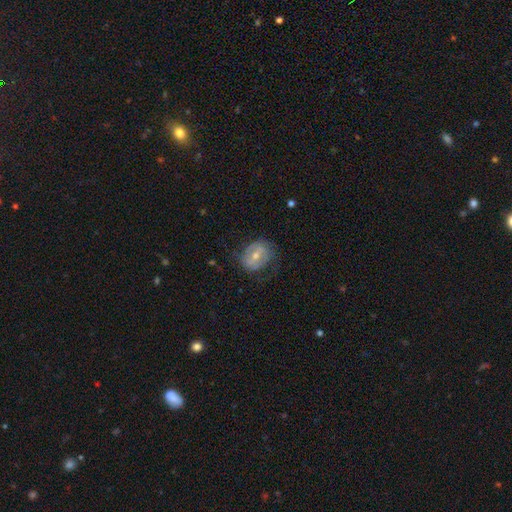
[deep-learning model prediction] Smooth or featured? Predicted: featured or disk (p=0.64). Edge-on disk? Predicted: no (p=0.95). Bar? Predicted: weak (p=0.44). Spiral arms? Predicted: yes (p=0.66). Bulge size? Predicted: moderate (p=0.56). Merging? Predicted: none (p=0.69).